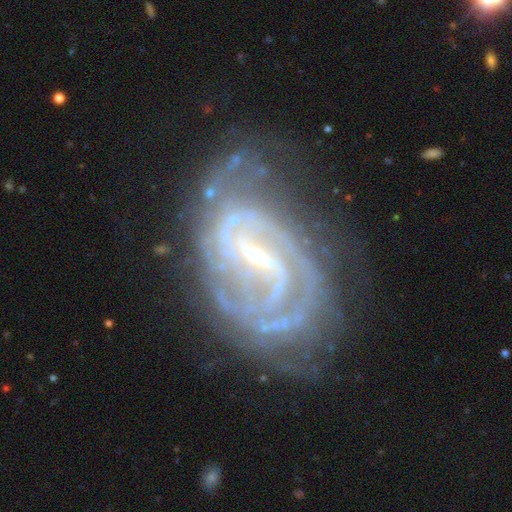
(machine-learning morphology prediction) The model was most divided on "bar": strong: 47%, weak: 40%, no: 13%. Remaining: edge-on disk — no (97%); spiral arms — yes (96%); smooth or featured — featured or disk (90%); bulge size — small (72%); merging — none (60%); spiral winding — tight (58%); spiral arm count — 2 (36%).